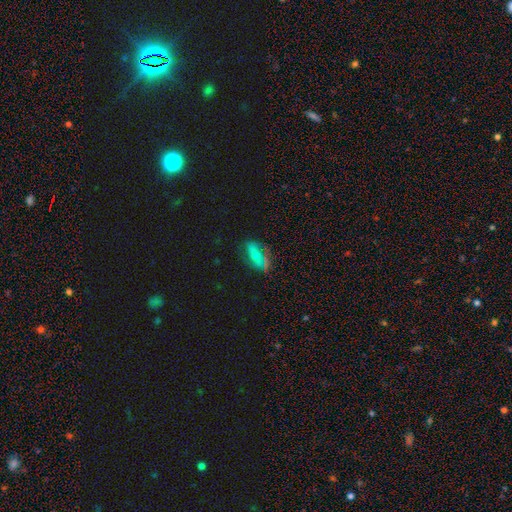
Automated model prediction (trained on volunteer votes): Q: Smooth or featured?
A: smooth (50%); runner-up: featured or disk (31%)
Q: Merging?
A: none (67%); runner-up: minor disturbance (21%)